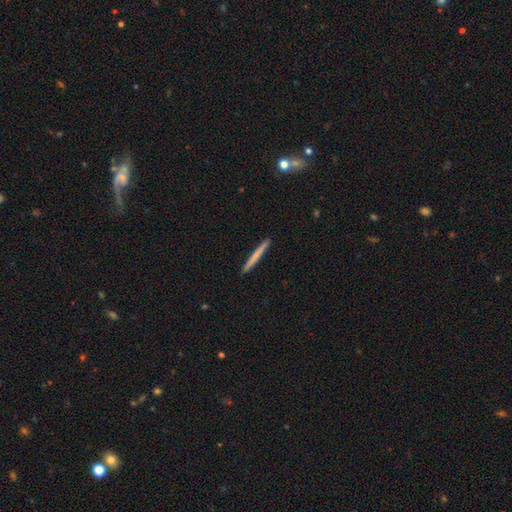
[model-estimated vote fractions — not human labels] Smooth or featured? smooth (67%)
How rounded? cigar-shaped (97%)
Merging? none (93%)